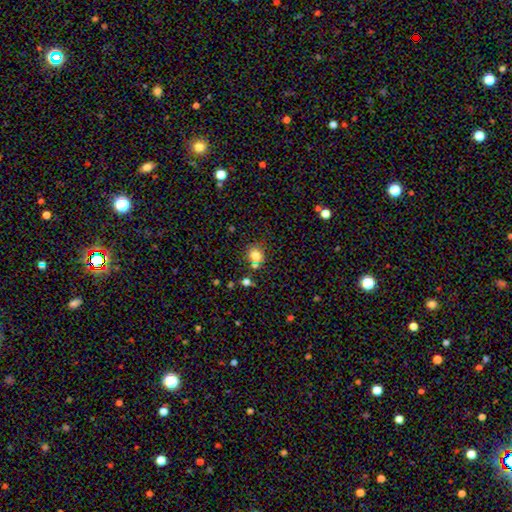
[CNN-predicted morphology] The model was most divided on "merging": none: 74%, minor disturbance: 11%, merger: 11%, major disturbance: 3%. More confident: how rounded — round (82%); smooth or featured — smooth (80%).